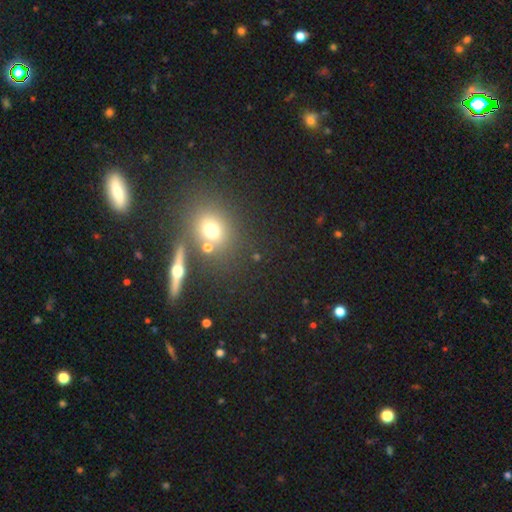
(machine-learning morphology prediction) A smooth galaxy with no disk features (49%). Merging: none (72%).